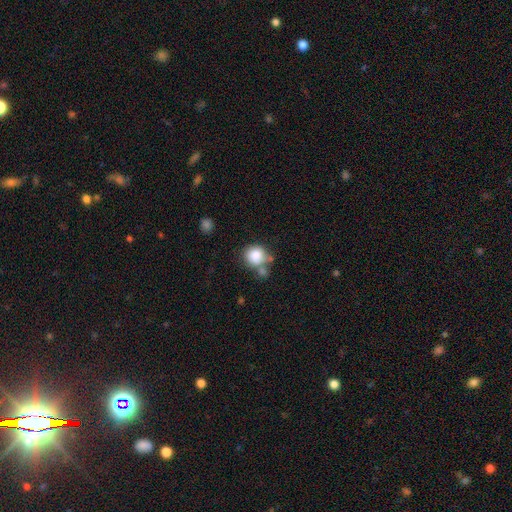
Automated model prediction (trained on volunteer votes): This appears to be a smooth galaxy with no disk features (83%) that is round (83%). Merging: none (53%).